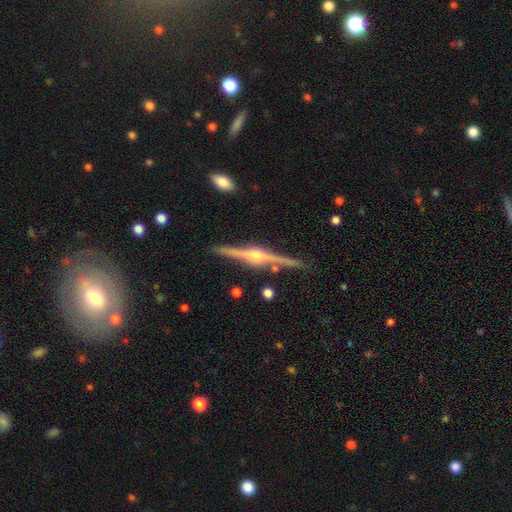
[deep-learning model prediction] Overall: featured or disk (88%). Edge-on disk: yes (98%). Edge-on bulge: rounded (87%). Merging: none (87%).